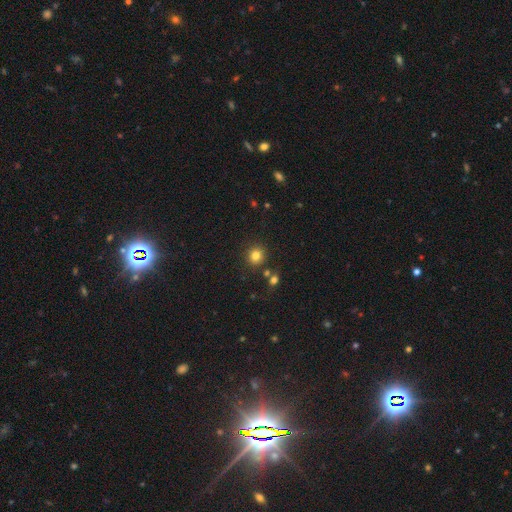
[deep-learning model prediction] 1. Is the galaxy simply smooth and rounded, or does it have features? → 81% smooth, 13% star or artifact, 6% featured or disk.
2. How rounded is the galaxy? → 88% round, 11% in between, 1% cigar-shaped.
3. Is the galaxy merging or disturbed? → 83% none, 8% minor disturbance, 6% merger, 3% major disturbance.